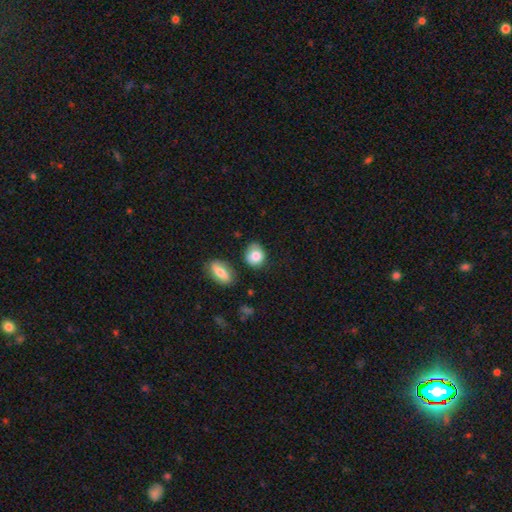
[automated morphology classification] smooth 80%, featured or disk 12%, star or artifact 8%. Down the decision tree: how rounded — round (62%); merging — none (61%).